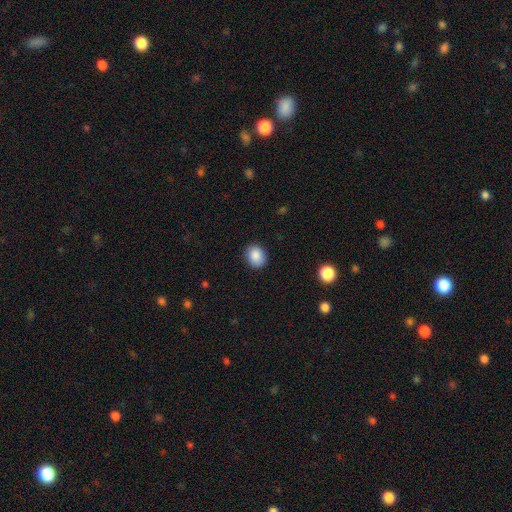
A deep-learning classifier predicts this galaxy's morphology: smooth 87%, star or artifact 8%, featured or disk 4%. Down the decision tree: how rounded — round (53%); merging — none (88%).